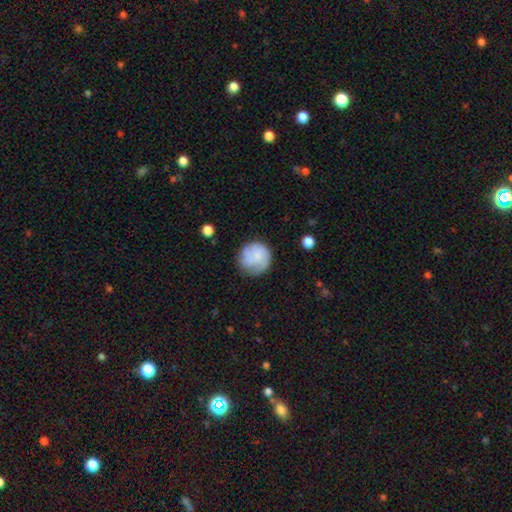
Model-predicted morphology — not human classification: Smooth or featured? Predicted: smooth (p=0.60). How rounded? Predicted: round (p=0.90). Merging? Predicted: none (p=0.69).